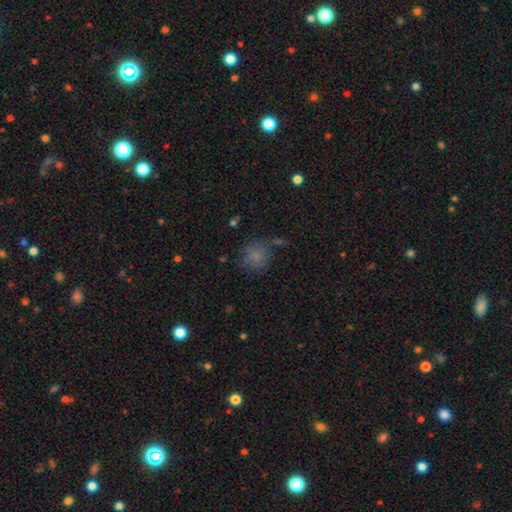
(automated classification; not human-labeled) This appears to be a smooth galaxy with no disk features (77%) that is round (82%). Merging: none (63%).